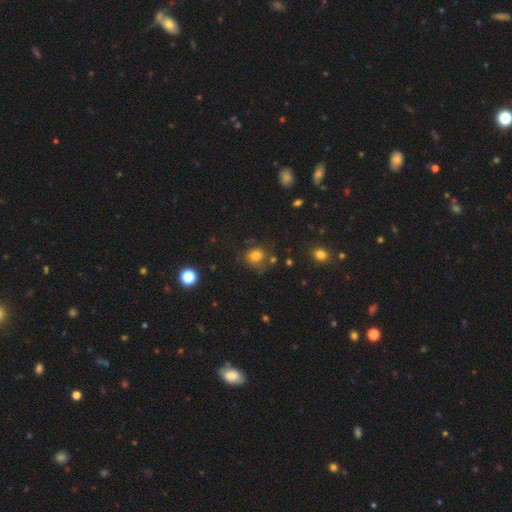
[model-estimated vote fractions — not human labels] Q: Smooth or featured?
A: smooth (78%); runner-up: star or artifact (15%)
Q: How rounded?
A: round (83%); runner-up: in between (16%)
Q: Merging?
A: none (76%); runner-up: minor disturbance (14%)